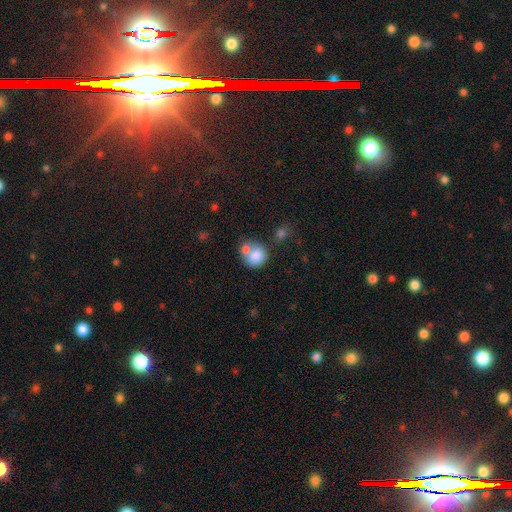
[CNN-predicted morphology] This appears to be a smooth galaxy with no disk features (80%) that is round (77%). Merging: merger (46%).